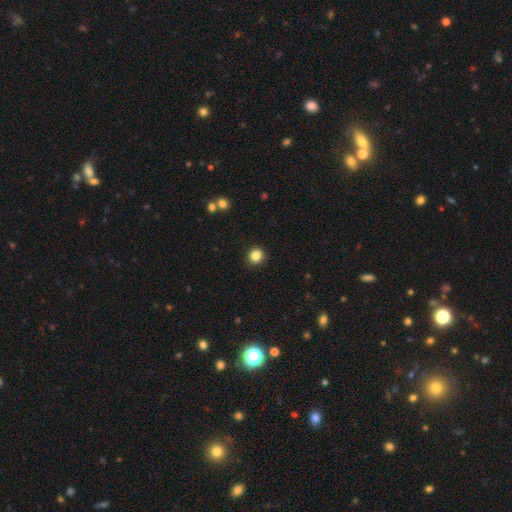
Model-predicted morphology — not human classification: The model was most divided on "smooth or featured": smooth: 85%, star or artifact: 11%, featured or disk: 5%. More confident: merging — none (91%); how rounded — round (88%).